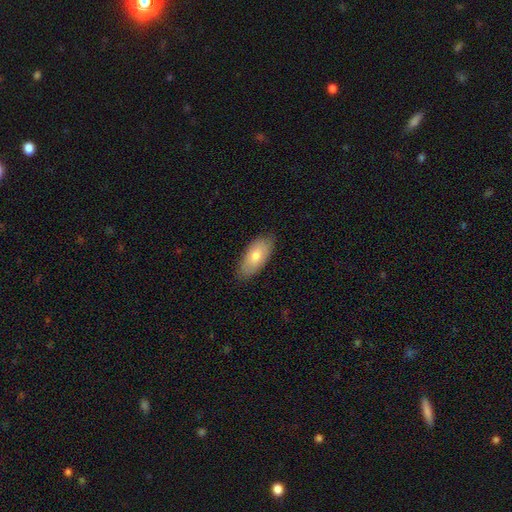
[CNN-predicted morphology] smooth 74%, featured or disk 20%, star or artifact 6%. Down the decision tree: how rounded — in between (90%); merging — none (82%).